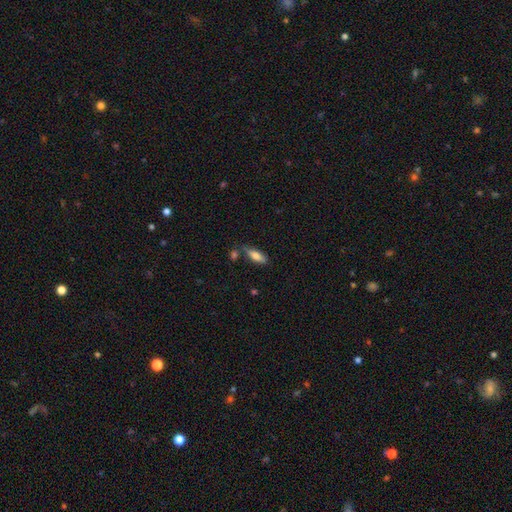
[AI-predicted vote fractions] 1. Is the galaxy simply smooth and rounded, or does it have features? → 75% smooth, 18% featured or disk, 7% star or artifact.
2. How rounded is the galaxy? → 59% in between, 39% cigar-shaped, 2% round.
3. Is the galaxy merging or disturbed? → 69% none, 17% minor disturbance, 10% merger, 4% major disturbance.